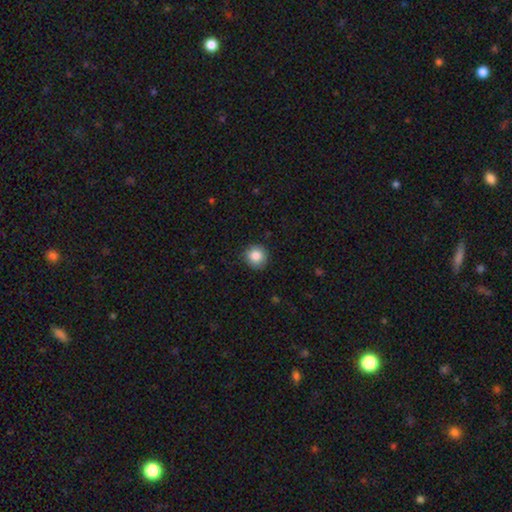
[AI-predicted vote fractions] smooth_or_featured: smooth (p=0.86) [alt: star or artifact p=0.09]
how_rounded: round (p=0.93) [alt: in between p=0.07]
merging: none (p=0.89) [alt: minor disturbance p=0.08]